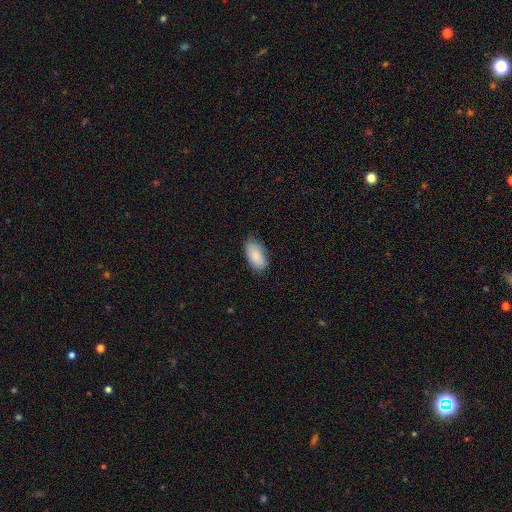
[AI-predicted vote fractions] Smooth or featured? smooth (85%)
How rounded? in between (94%)
Merging? none (69%)